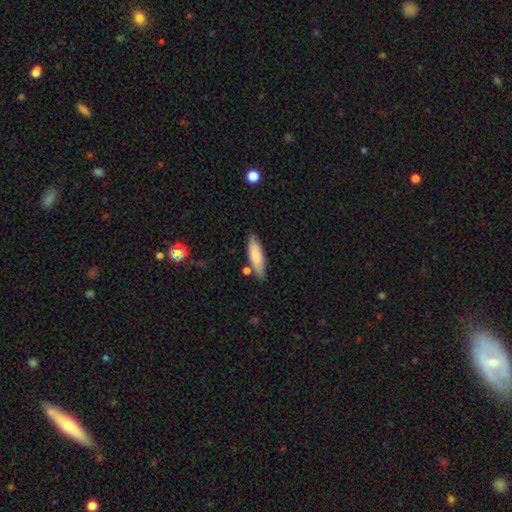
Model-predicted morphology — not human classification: type=smooth (82%); roundness=cigar-shaped (59%); merging=none (77%).